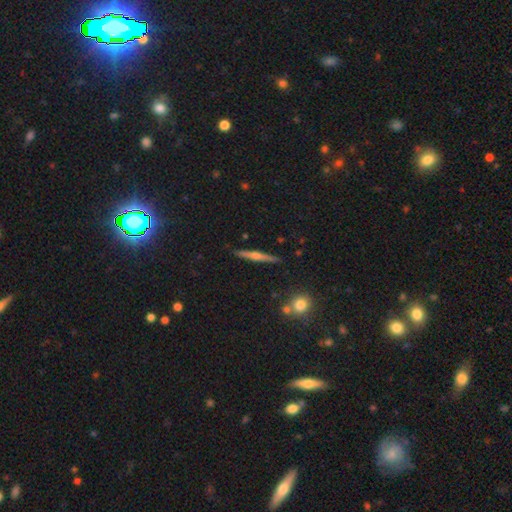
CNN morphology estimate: smooth_or_featured: featured or disk (p=0.64) [alt: smooth p=0.28]
disk_edge_on: yes (p=0.97) [alt: no p=0.03]
edge_on_bulge: rounded (p=0.81) [alt: none p=0.13]
merging: none (p=0.90) [alt: minor disturbance p=0.07]